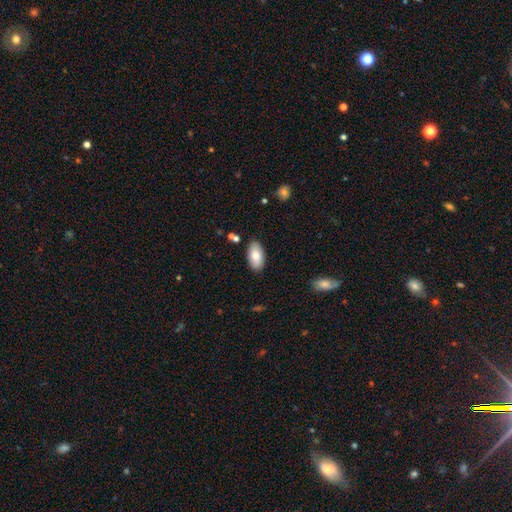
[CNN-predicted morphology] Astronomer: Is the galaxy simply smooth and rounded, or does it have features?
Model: smooth — 77%.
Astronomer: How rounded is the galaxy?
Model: in between — 94%.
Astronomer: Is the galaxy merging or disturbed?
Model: none — 86%.